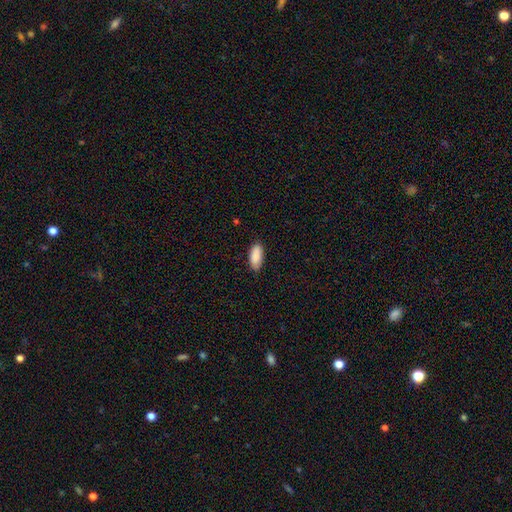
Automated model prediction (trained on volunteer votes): Smooth or featured?
  - smooth: 90% *
  - star or artifact: 6%
  - featured or disk: 4%
How rounded?
  - in between: 85% *
  - cigar-shaped: 13%
  - round: 2%
Merging?
  - none: 83% *
  - minor disturbance: 14%
  - major disturbance: 2%
  - merger: 1%